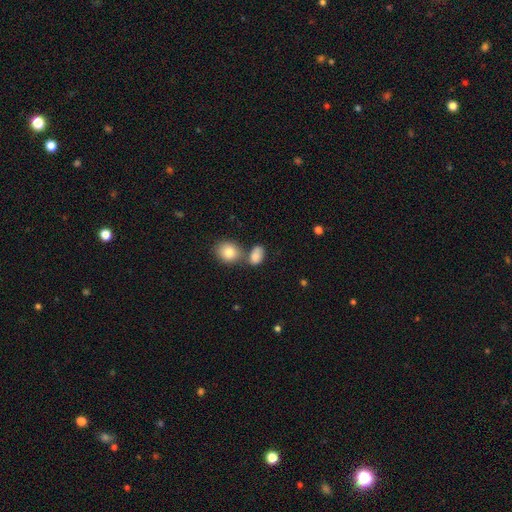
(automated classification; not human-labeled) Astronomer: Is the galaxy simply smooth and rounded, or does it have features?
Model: smooth — 83%.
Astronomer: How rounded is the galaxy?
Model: in between — 79%.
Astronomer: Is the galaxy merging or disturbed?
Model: none — 46% (runner-up: merger, 35%).